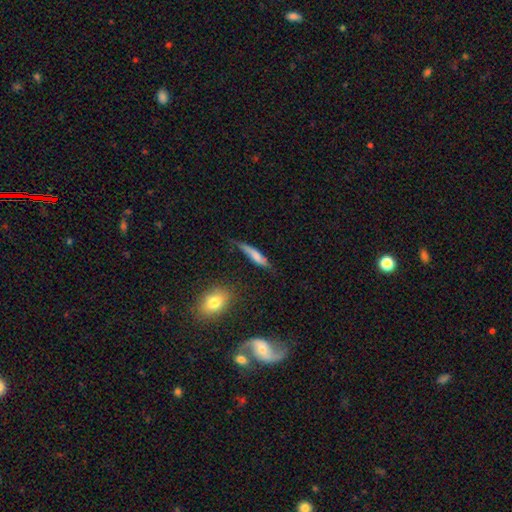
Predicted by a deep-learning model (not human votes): Q: Smooth or featured?
A: smooth (65%); runner-up: featured or disk (28%)
Q: How rounded?
A: cigar-shaped (83%); runner-up: in between (14%)
Q: Merging?
A: none (55%); runner-up: minor disturbance (31%)